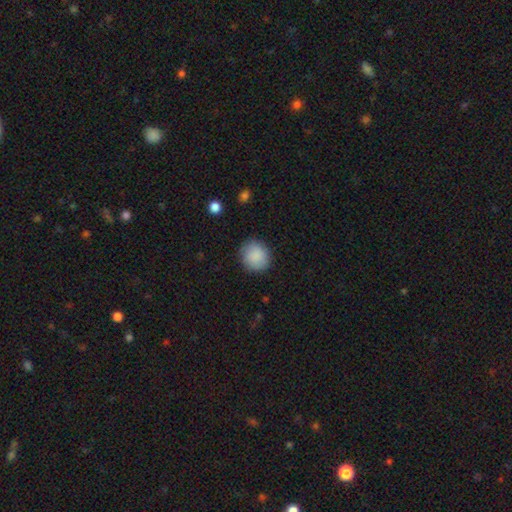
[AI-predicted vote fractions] The model was most divided on "how rounded": round: 87%, in between: 12%, cigar-shaped: 1%. More confident: smooth or featured — smooth (89%); merging — none (86%).